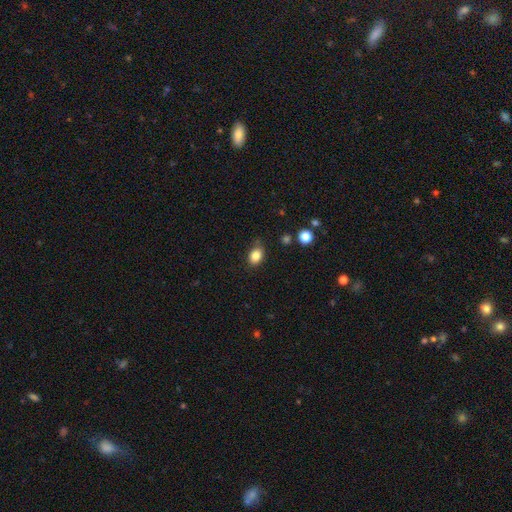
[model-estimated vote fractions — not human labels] This appears to be a smooth galaxy with no disk features (84%) that is in between round and cigar-shaped (69%). Merging: none (78%).